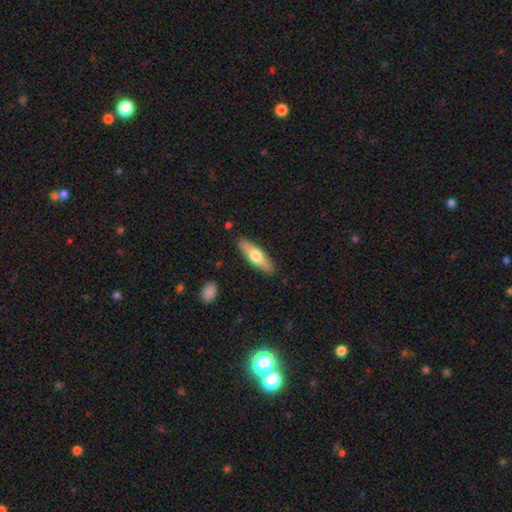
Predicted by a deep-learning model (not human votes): This is possibly a smooth galaxy (57%). How rounded: possibly cigar-shaped (58%). Merging: clearly none (88%).